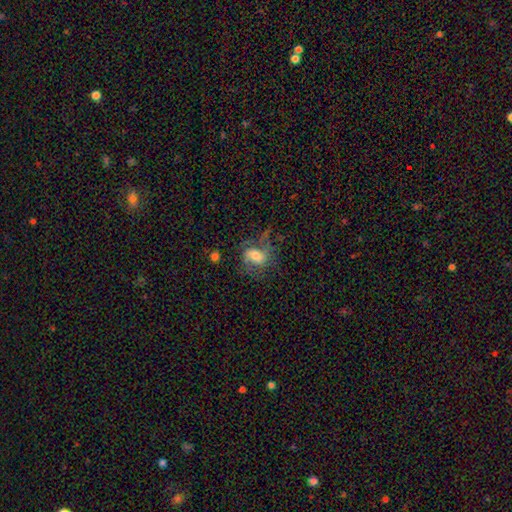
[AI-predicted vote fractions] Smooth or featured? Predicted: featured or disk (p=0.56). Edge-on disk? Predicted: no (p=0.96). Bar? Predicted: no (p=0.45). Spiral arms? Predicted: yes (p=0.82). Bulge size? Predicted: moderate (p=0.55). Merging? Predicted: none (p=0.46).